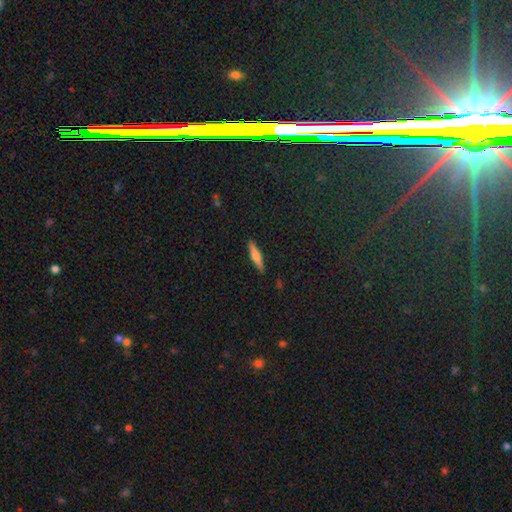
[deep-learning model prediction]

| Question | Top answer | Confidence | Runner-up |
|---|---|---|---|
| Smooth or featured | featured or disk | 48% | smooth (45%) |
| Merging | none | 90% | minor disturbance (7%) |